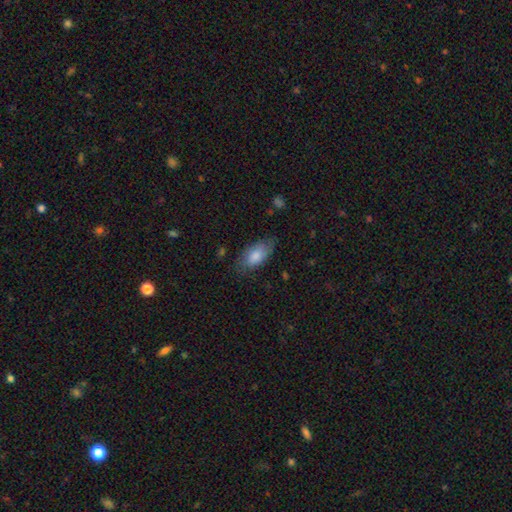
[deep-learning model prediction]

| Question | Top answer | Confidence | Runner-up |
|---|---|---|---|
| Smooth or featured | smooth | 77% | featured or disk (17%) |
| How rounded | in between | 91% | cigar-shaped (6%) |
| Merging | none | 68% | minor disturbance (23%) |